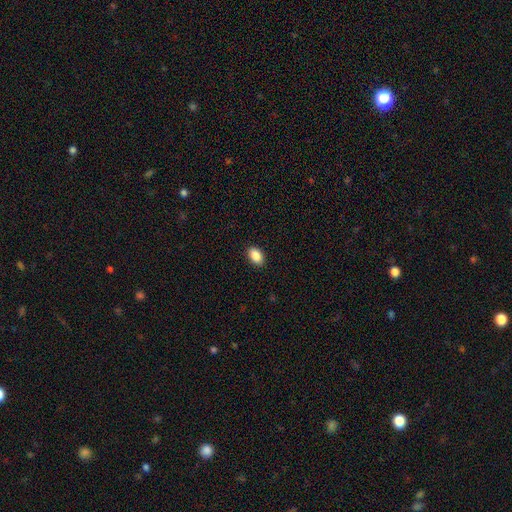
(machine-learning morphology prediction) Smooth or featured?
  - smooth: 88% *
  - star or artifact: 8%
  - featured or disk: 4%
How rounded?
  - in between: 89% *
  - round: 9%
  - cigar-shaped: 1%
Merging?
  - none: 90% *
  - minor disturbance: 8%
  - major disturbance: 2%
  - merger: 1%